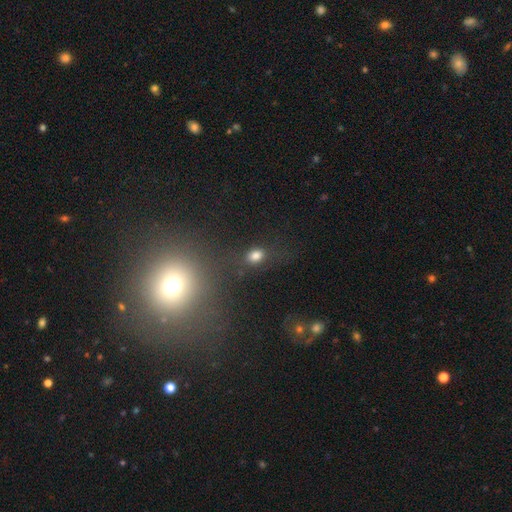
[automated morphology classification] smooth_or_featured: smooth (p=0.77) [alt: star or artifact p=0.15]
how_rounded: in between (p=0.66) [alt: round p=0.31]
merging: none (p=0.71) [alt: minor disturbance p=0.15]